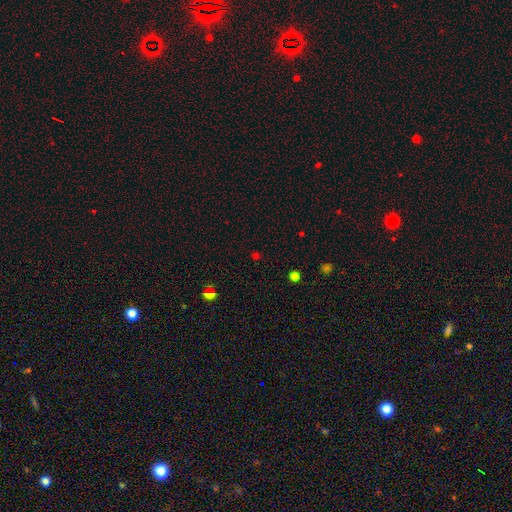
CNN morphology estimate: Smooth or featured: star or artifact — 52% (smooth — 42%)